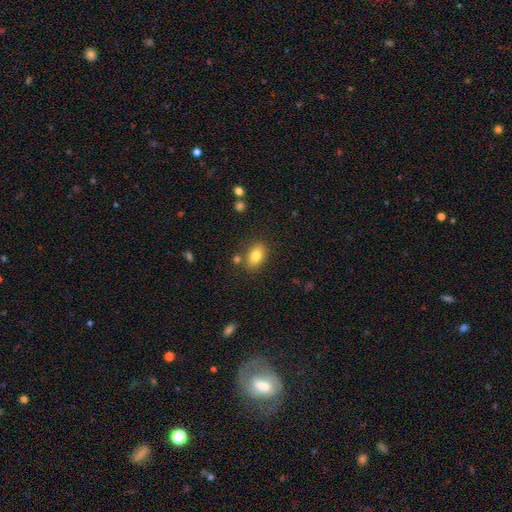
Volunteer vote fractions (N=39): Volunteers were most divided on "merging": none: 63%, merger: 26%, minor disturbance: 11%, major disturbance: 0%. More confident: how rounded — in between (87%); smooth or featured — smooth (79%).